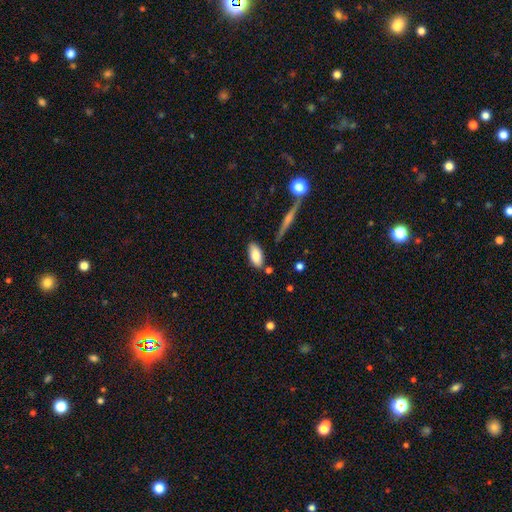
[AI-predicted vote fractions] This is clearly a smooth galaxy (83%). How rounded: clearly in between (90%). Merging: likely none (79%).